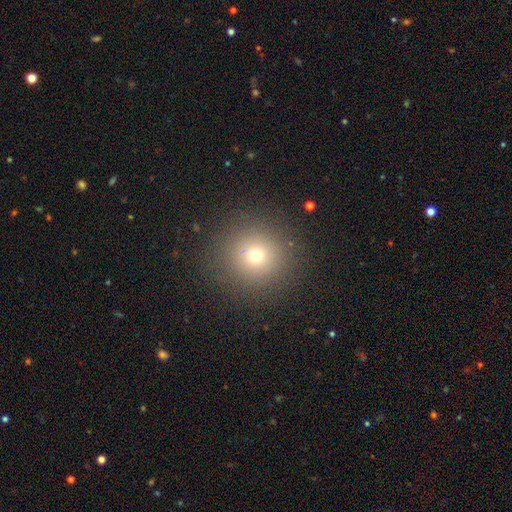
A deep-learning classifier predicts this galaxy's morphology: Smooth or featured?
  - smooth: 70% *
  - star or artifact: 20%
  - featured or disk: 10%
How rounded?
  - round: 94% *
  - in between: 5%
  - cigar-shaped: 1%
Merging?
  - none: 89% *
  - minor disturbance: 6%
  - major disturbance: 3%
  - merger: 1%